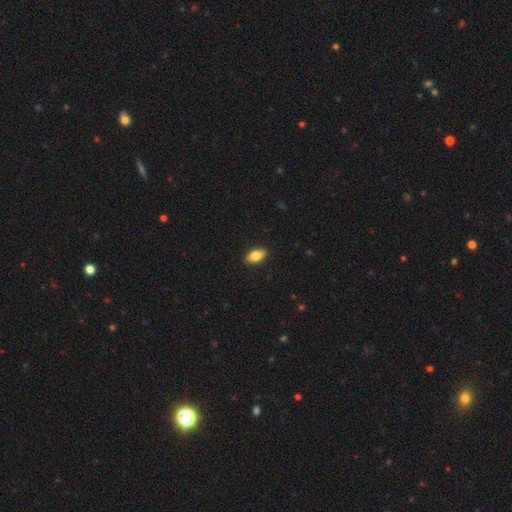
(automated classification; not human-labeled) smooth 80%, featured or disk 13%, star or artifact 7%. Down the decision tree: how rounded — in between (89%); merging — none (90%).